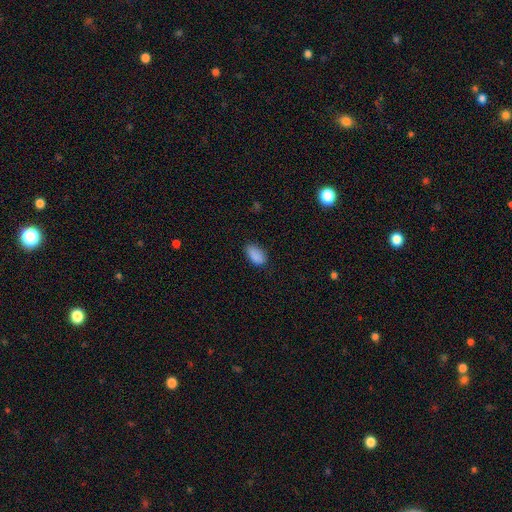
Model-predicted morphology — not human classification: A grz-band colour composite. It shows a smooth galaxy with no disk features (88%) that is in between round and cigar-shaped (92%). Merging: none (76%).